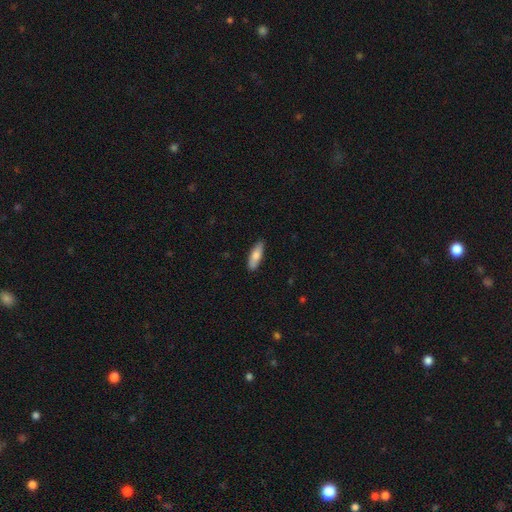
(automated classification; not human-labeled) A smooth galaxy with no disk features (79%) that is in between round and cigar-shaped (53%).

Vote fractions:
- Smooth or featured? smooth: 79% / featured or disk: 15% / star or artifact: 5%
- How rounded? in between: 53% / cigar-shaped: 45% / round: 2%
- Merging? none: 88% / minor disturbance: 9% / major disturbance: 2% / merger: 1%